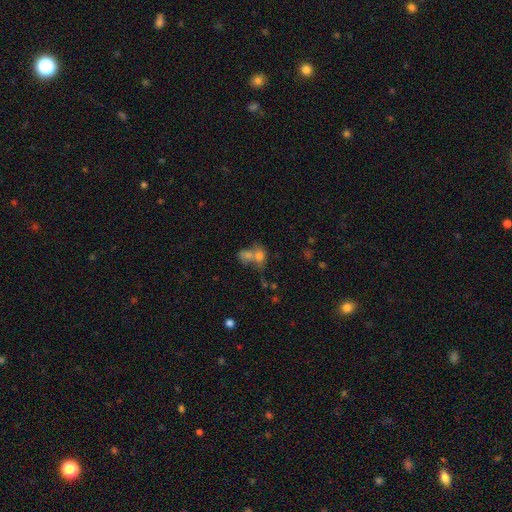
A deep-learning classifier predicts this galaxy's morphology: smooth 70%, featured or disk 17%, star or artifact 13%. Down the decision tree: how rounded — in between (54%); merging — merger (64%).